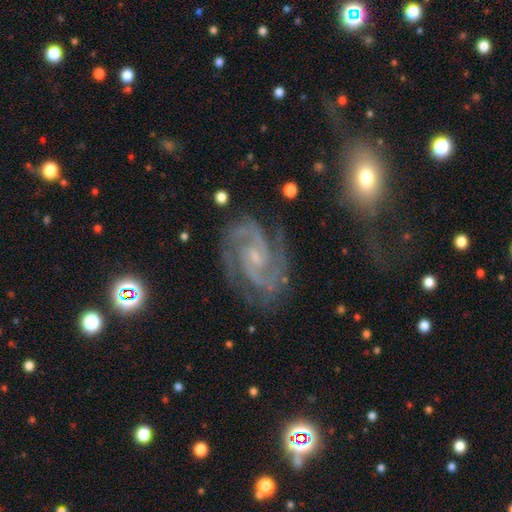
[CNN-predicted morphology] Smooth or featured? featured or disk (92%)
Edge-on disk? no (98%)
Bar? no (53%)
Spiral arms? yes (98%)
Spiral winding? medium (47%)
Spiral arm count? 2 (76%)
Bulge size? small (72%)
Merging? none (73%)